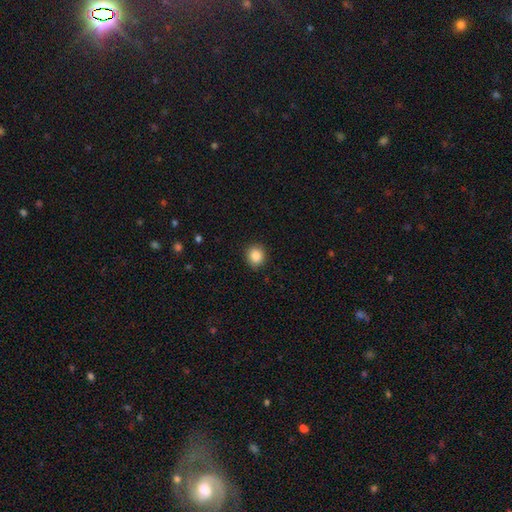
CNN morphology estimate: smooth 88%, star or artifact 9%, featured or disk 3%. Down the decision tree: how rounded — round (85%); merging — none (90%).